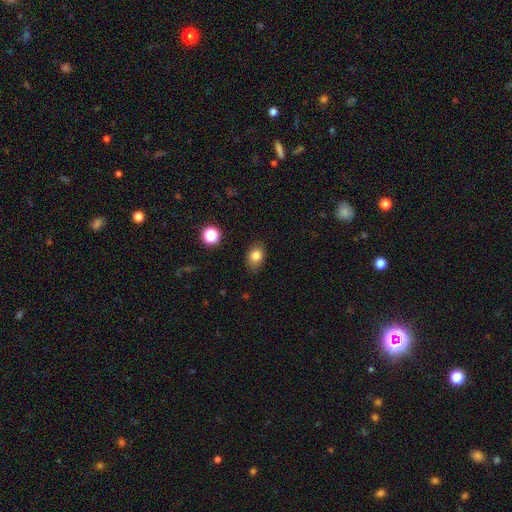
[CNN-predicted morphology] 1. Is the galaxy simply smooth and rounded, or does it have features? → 82% smooth, 11% star or artifact, 7% featured or disk.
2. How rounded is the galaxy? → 71% in between, 28% round, 1% cigar-shaped.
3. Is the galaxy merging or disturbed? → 81% none, 14% minor disturbance, 3% major disturbance, 1% merger.